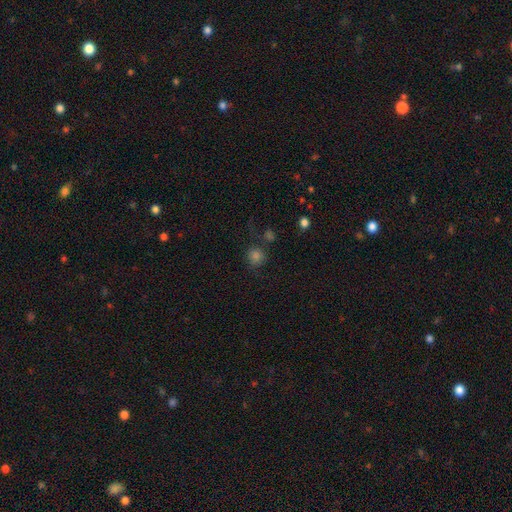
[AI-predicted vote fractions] Q: Smooth or featured?
A: smooth (74%); runner-up: star or artifact (19%)
Q: How rounded?
A: round (91%); runner-up: in between (8%)
Q: Merging?
A: none (72%); runner-up: minor disturbance (12%)